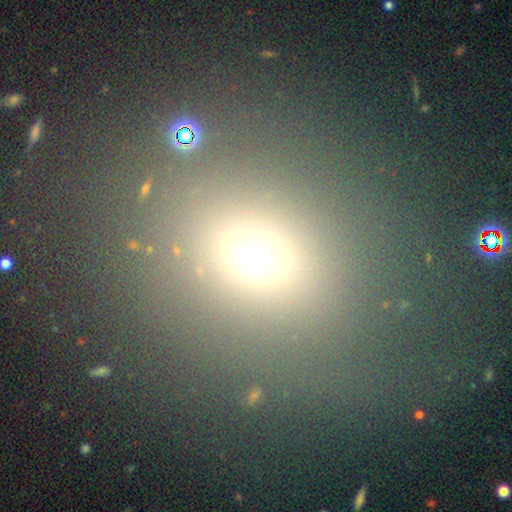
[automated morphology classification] Q: Smooth or featured?
A: smooth (63%); runner-up: star or artifact (25%)
Q: How rounded?
A: round (61%); runner-up: in between (37%)
Q: Merging?
A: none (72%); runner-up: minor disturbance (11%)